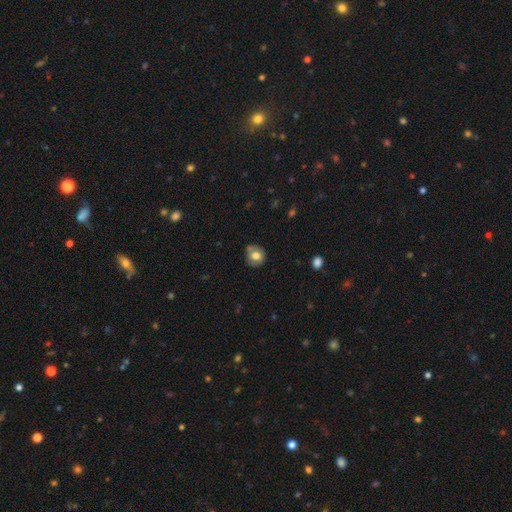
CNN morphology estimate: A smooth galaxy with no disk features (70%) that is round (83%). Merging: none (72%).